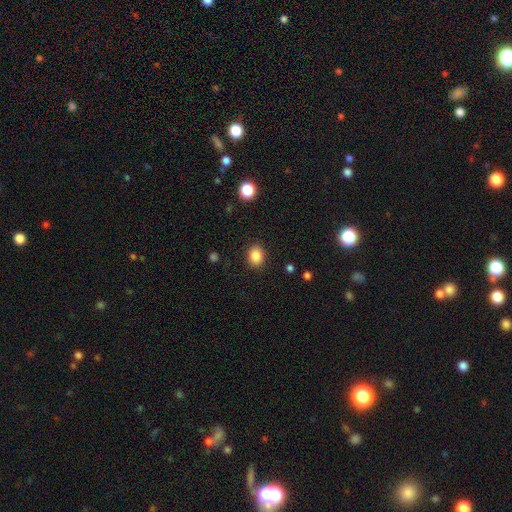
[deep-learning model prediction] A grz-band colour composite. It shows a smooth galaxy with no disk features (86%) that is round (51%). Merging: none (89%).